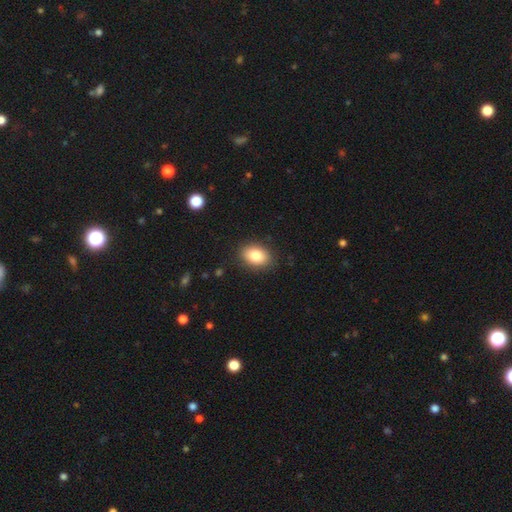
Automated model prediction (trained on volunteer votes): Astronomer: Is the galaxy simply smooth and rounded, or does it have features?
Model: smooth — 83%.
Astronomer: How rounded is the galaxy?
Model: in between — 81%.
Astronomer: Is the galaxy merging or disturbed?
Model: none — 87%.